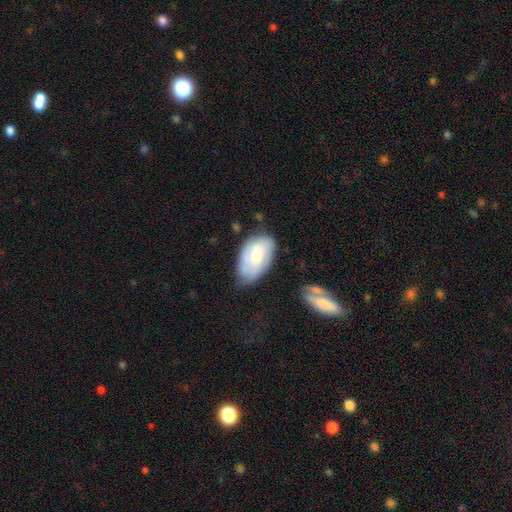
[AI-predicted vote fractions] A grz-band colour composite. It shows a smooth galaxy with no disk features (53%) that is in between round and cigar-shaped (93%). Merging: none (58%).